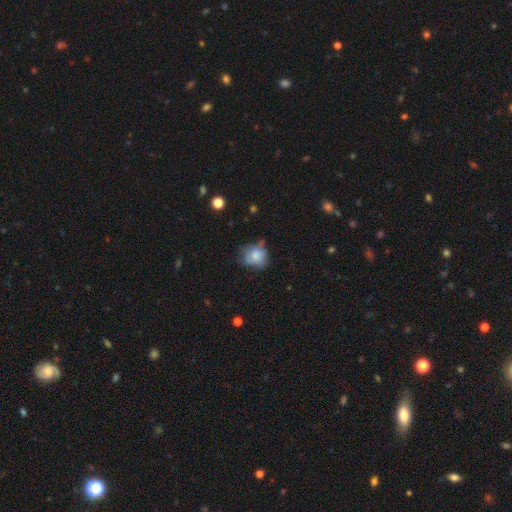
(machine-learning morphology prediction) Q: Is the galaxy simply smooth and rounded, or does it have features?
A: smooth — 72%.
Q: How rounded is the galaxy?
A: round — 67%.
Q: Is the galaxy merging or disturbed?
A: none — 50%.